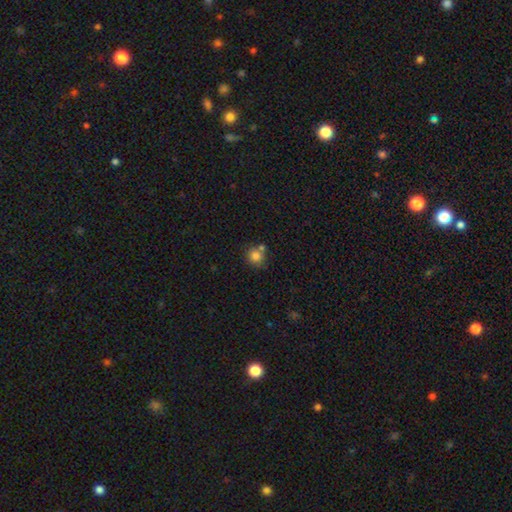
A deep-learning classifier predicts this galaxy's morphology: Overall: smooth (81%). How rounded: round (88%). Merging: none (64%).